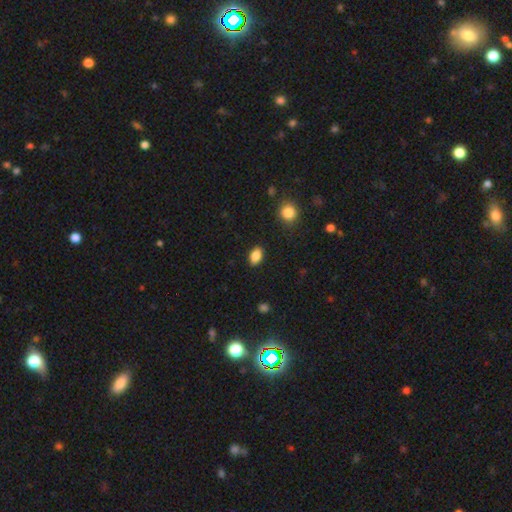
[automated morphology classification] smooth_or_featured: smooth (p=0.86) [alt: star or artifact p=0.09]
how_rounded: in between (p=0.86) [alt: round p=0.12]
merging: none (p=0.88) [alt: minor disturbance p=0.09]